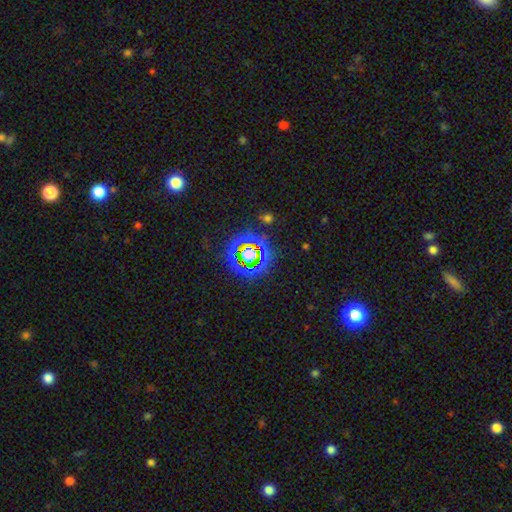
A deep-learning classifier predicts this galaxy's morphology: This is likely a star or artifact rather than a galaxy (70%).